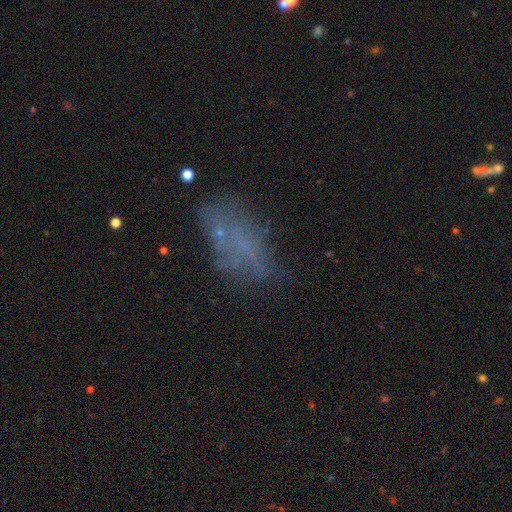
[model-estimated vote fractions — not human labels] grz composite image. It shows a smooth galaxy with no disk features (43%). Merging: none (49%).